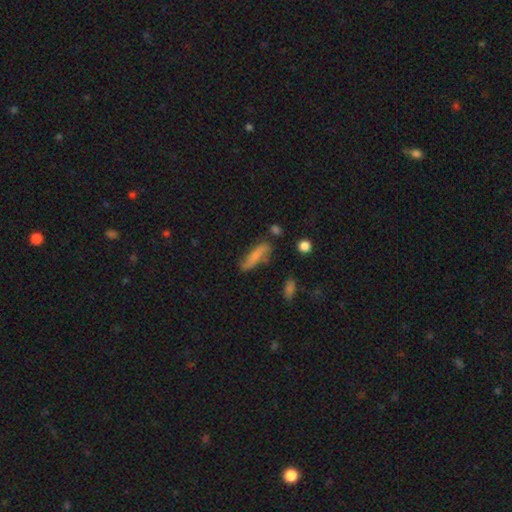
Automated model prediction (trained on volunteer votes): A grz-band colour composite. It shows a smooth galaxy with no disk features (66%) that is cigar-shaped (62%). Merging: none (64%).